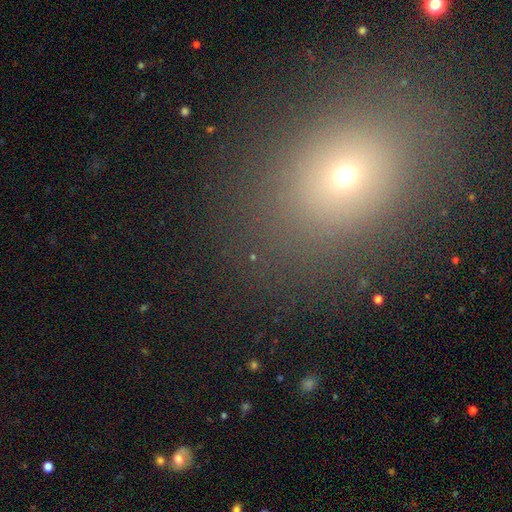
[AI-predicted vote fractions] Q: Smooth or featured?
A: smooth (48%); runner-up: star or artifact (39%)
Q: Merging?
A: none (80%); runner-up: minor disturbance (10%)